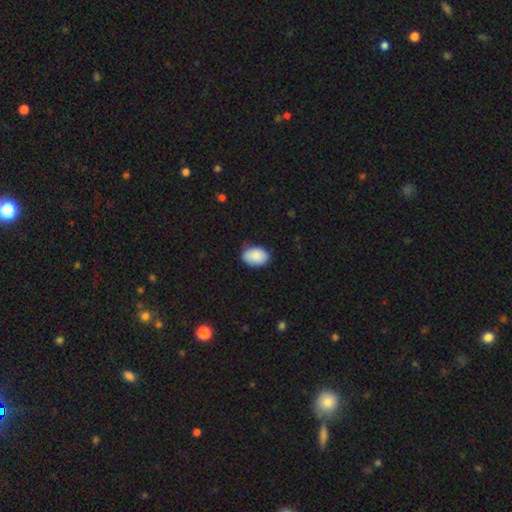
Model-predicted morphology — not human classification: smooth-or-featured: smooth: 88% | star or artifact: 6% | featured or disk: 5%
  how-rounded: in between: 83% | round: 16% | cigar-shaped: 1%
  merging: none: 77% | minor disturbance: 19% | major disturbance: 3% | merger: 1%